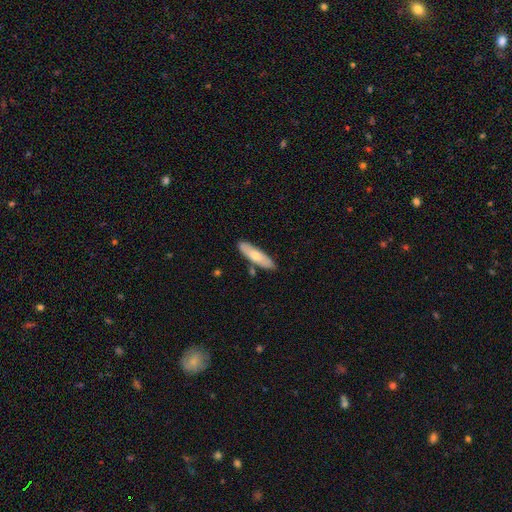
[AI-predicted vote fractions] This appears to be a smooth galaxy with no disk features (67%) that is cigar-shaped (62%). Merging: none (81%).